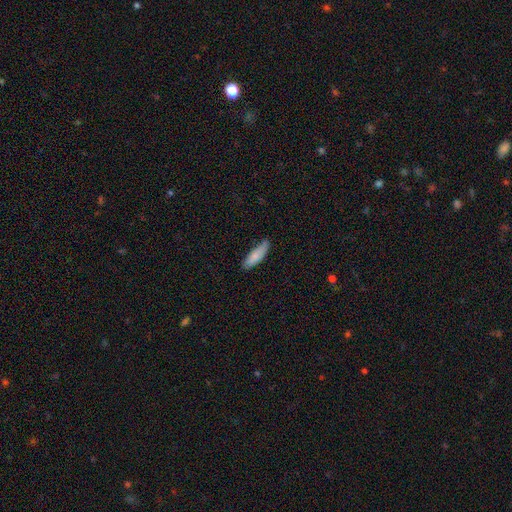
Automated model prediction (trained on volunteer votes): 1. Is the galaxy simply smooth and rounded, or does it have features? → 82% smooth, 13% featured or disk, 6% star or artifact.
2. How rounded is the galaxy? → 51% cigar-shaped, 47% in between, 2% round.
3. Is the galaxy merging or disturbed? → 77% none, 19% minor disturbance, 3% major disturbance, 1% merger.